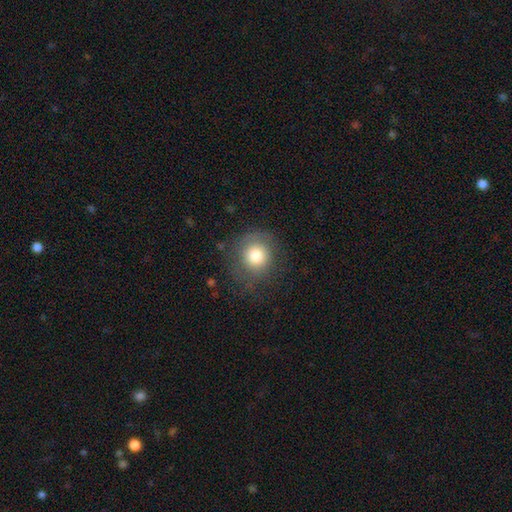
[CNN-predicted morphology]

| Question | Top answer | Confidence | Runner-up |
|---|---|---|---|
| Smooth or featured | smooth | 75% | featured or disk (16%) |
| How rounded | round | 90% | in between (9%) |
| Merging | none | 73% | minor disturbance (16%) |